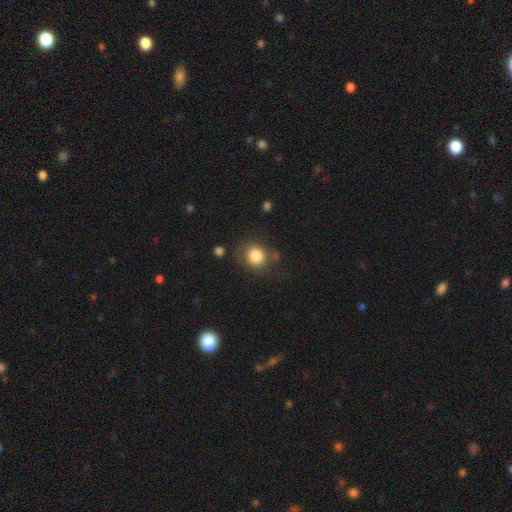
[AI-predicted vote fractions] Overall: smooth (83%). How rounded: round (81%). Merging: none (74%).